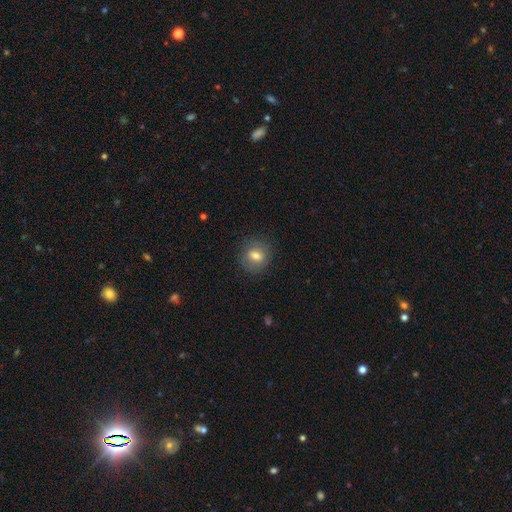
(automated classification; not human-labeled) The model was most divided on "how rounded": round: 74%, in between: 24%, cigar-shaped: 1%. More confident: merging — none (85%); smooth or featured — smooth (71%).